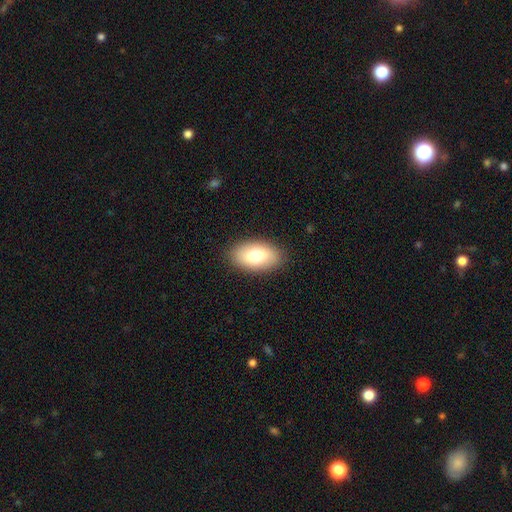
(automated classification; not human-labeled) This appears to be a smooth galaxy with no disk features (76%) that is in between round and cigar-shaped (93%). Merging: none (88%).